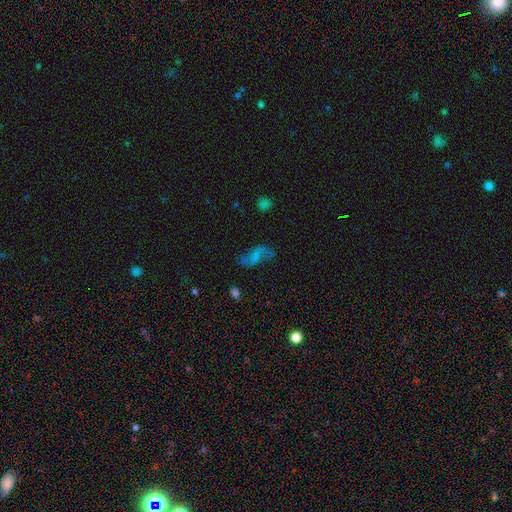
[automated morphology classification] smooth-or-featured: featured or disk: 64% | smooth: 24% | star or artifact: 12%
  disk-edge-on: no: 95% | yes: 5%
    bar: weak: 41% | no: 36% | strong: 23%
    has-spiral-arms: yes: 85% | no: 15%
      spiral-winding: loose: 82% | medium: 14% | tight: 4%
      spiral-arm-count: 2: 88% | 1: 5% | can't tell: 4% | 3: 1% | 4: 1% | more than 4: 1%
    bulge-size: none: 62% | small: 21% | moderate: 12% | large: 4% | dominant: 2%
  merging: none: 60% | minor disturbance: 19% | major disturbance: 17% | merger: 4%